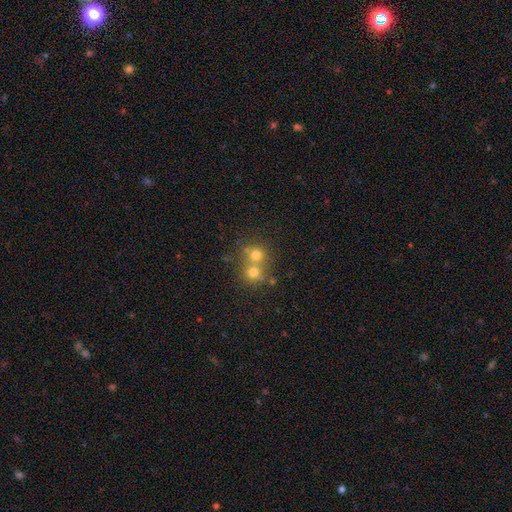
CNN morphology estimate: The model was most divided on "merging": merger: 55%, none: 38%, minor disturbance: 5%, major disturbance: 2%. More confident: how rounded — round (84%); smooth or featured — smooth (67%).